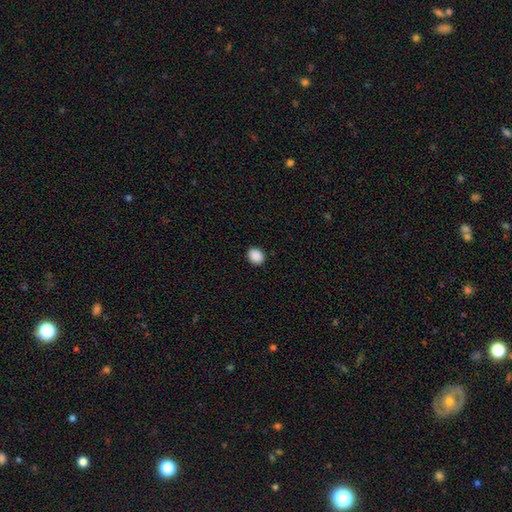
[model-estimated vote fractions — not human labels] Smooth or featured? Predicted: smooth (p=0.90). How rounded? Predicted: round (p=0.64). Merging? Predicted: none (p=0.92).